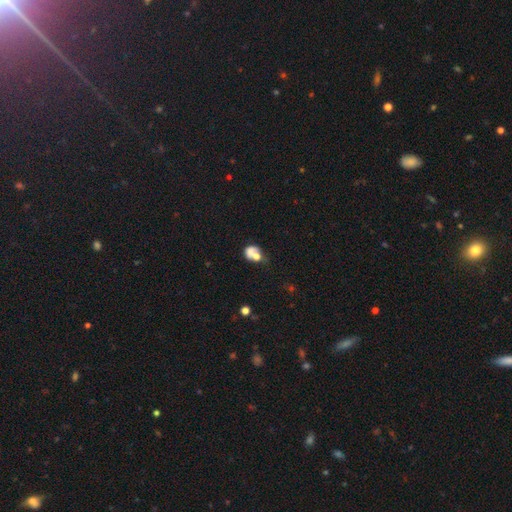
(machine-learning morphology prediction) This appears to be a smooth galaxy with no disk features (61%) that is in between round and cigar-shaped (52%). Merging: merger (55%).